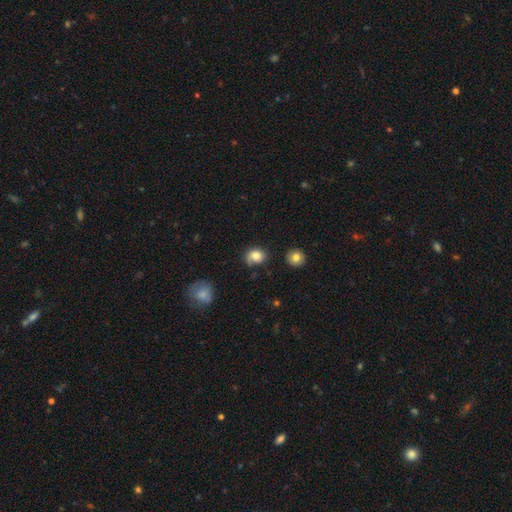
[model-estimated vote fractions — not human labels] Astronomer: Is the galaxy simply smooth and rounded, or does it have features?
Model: smooth — 80%.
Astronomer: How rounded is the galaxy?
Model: round — 57% (runner-up: in between, 42%).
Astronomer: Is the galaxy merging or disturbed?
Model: none — 63%.